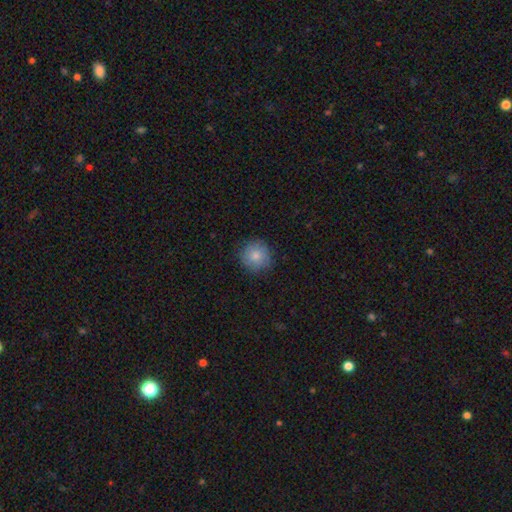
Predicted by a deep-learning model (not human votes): The model was most divided on "smooth or featured": smooth: 82%, featured or disk: 9%, star or artifact: 8%. More confident: how rounded — round (94%); merging — none (85%).